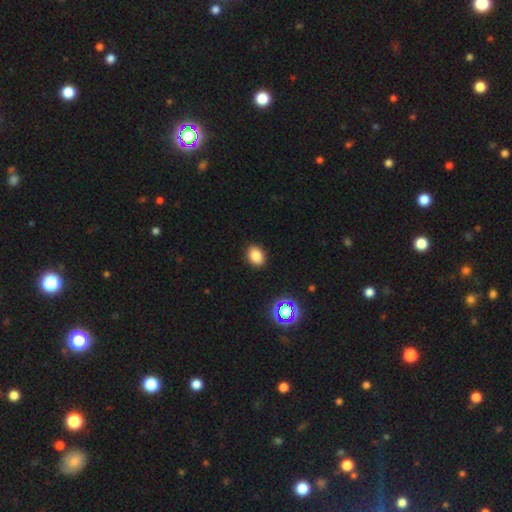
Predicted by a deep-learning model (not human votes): The model was most divided on "how rounded": in between: 68%, round: 31%, cigar-shaped: 1%. More confident: merging — none (89%); smooth or featured — smooth (82%).